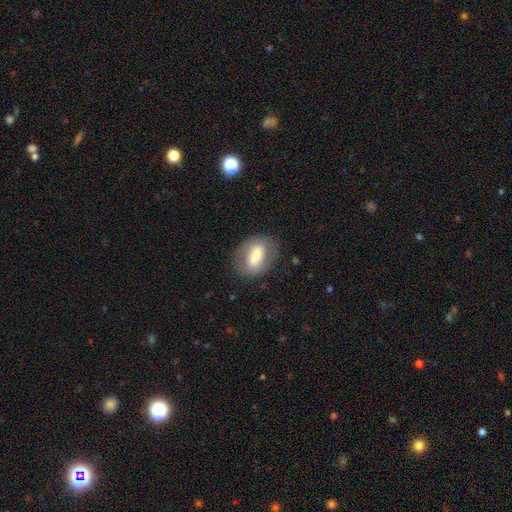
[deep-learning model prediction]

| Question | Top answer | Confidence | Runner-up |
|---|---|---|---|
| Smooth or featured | smooth | 56% | featured or disk (36%) |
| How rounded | in between | 78% | round (18%) |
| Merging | none | 77% | minor disturbance (15%) |